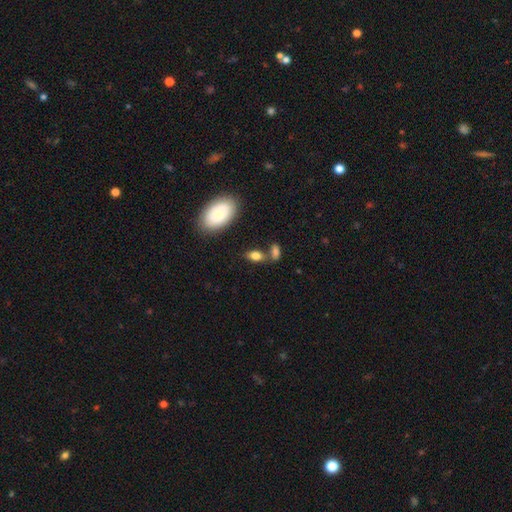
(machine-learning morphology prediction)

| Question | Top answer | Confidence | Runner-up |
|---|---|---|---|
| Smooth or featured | smooth | 75% | featured or disk (15%) |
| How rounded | in between | 84% | round (10%) |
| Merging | none | 61% | merger (20%) |